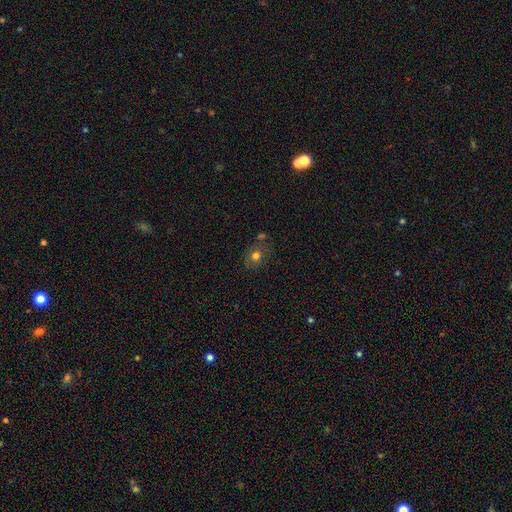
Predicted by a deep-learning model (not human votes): Smooth or featured? smooth (71%)
How rounded? round (56%)
Merging? none (66%)